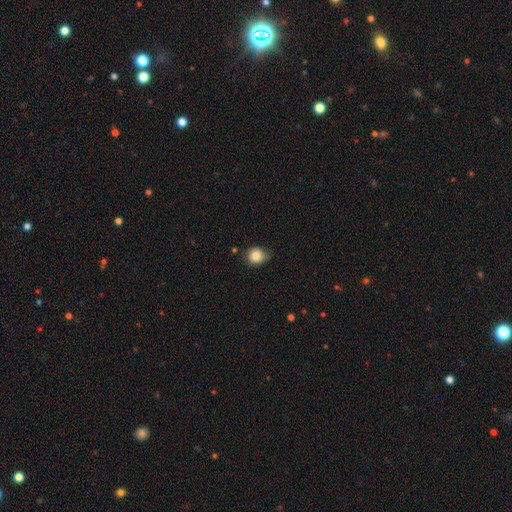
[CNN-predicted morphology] type=smooth (81%); roundness=round (70%); merging=none (59%).